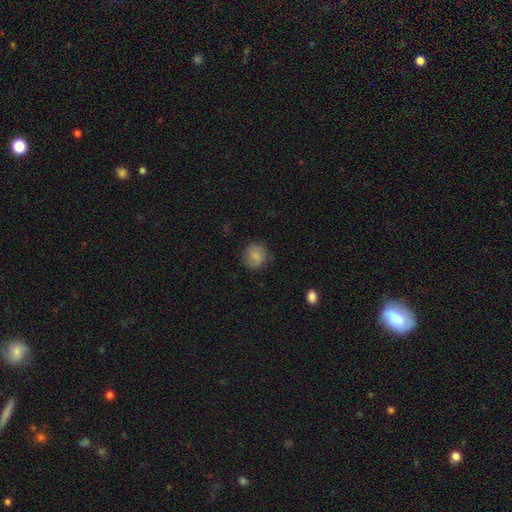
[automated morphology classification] type=smooth (80%); roundness=round (85%); merging=none (77%).